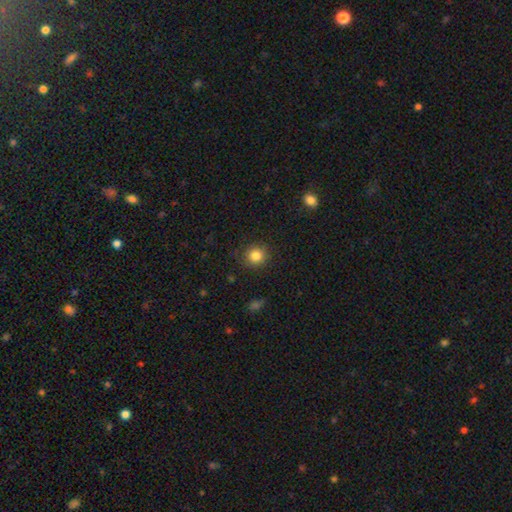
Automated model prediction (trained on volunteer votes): This is clearly a smooth galaxy (84%). How rounded: clearly round (88%). Merging: clearly none (86%).